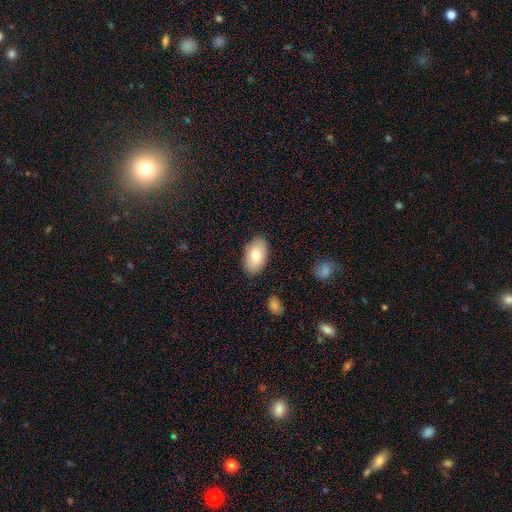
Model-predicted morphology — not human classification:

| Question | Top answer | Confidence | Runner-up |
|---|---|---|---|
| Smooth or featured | smooth | 81% | featured or disk (13%) |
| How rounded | in between | 94% | round (5%) |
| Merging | none | 85% | minor disturbance (11%) |